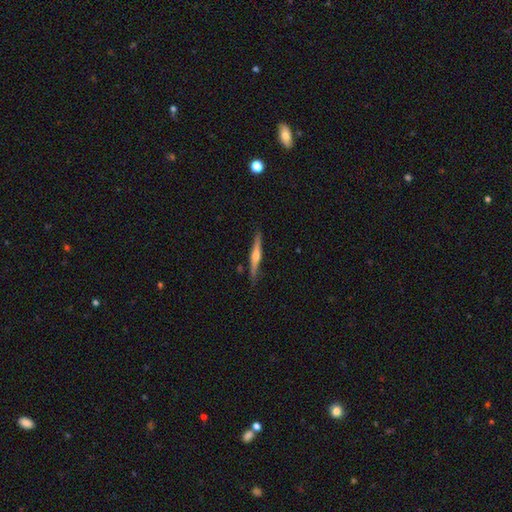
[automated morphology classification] type=featured or disk (67%); edge-on=yes (98%); edge-on bulge=rounded (88%); merging=none (88%).